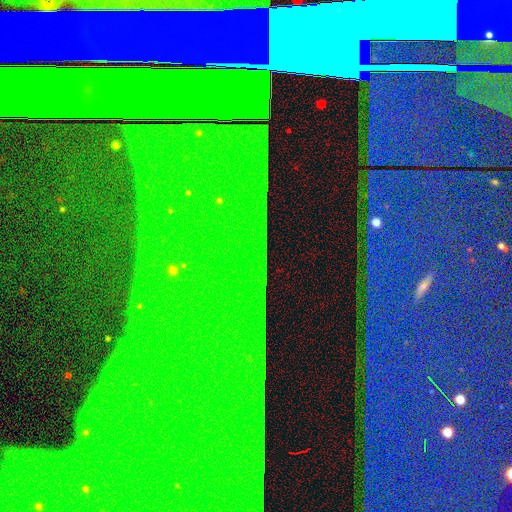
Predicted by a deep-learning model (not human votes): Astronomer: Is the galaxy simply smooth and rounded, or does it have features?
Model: star or artifact — 84%.